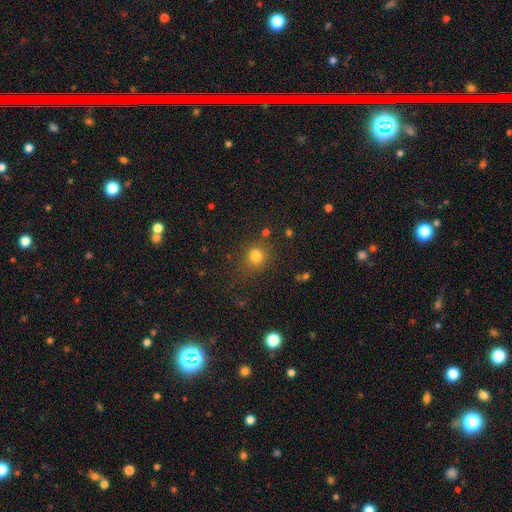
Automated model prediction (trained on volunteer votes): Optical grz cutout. It shows a smooth galaxy with no disk features (79%) that is round (74%). Merging: none (74%).